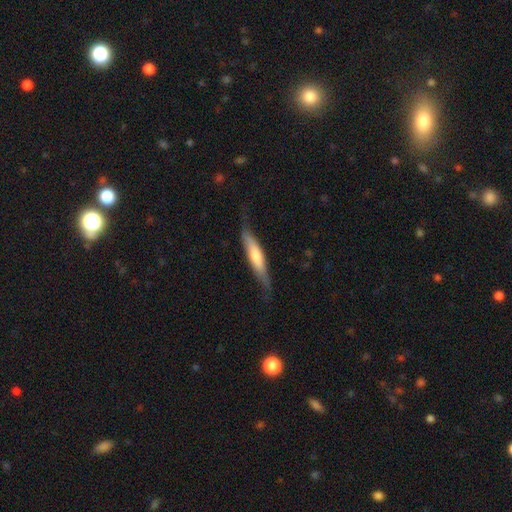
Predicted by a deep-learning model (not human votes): A smooth galaxy with no disk features (49%). Merging: none (67%).